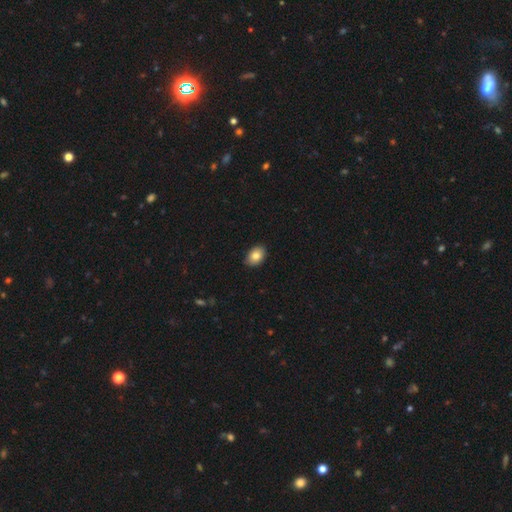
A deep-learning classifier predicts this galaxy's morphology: This appears to be a smooth galaxy with no disk features (83%) that is in between round and cigar-shaped (81%). Merging: none (86%).